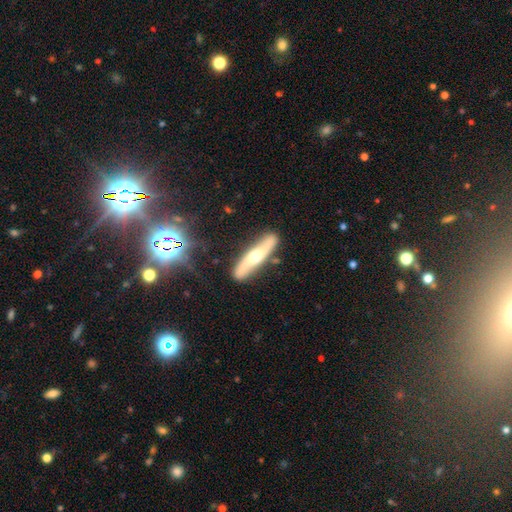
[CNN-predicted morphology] A featured or disk galaxy (60%) viewed edge-on (60%). Merging: none (85%).